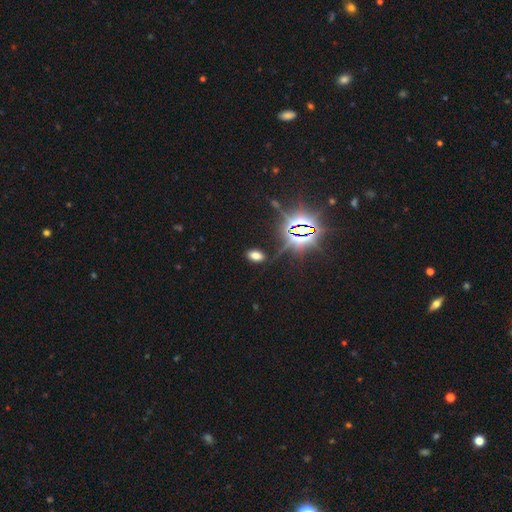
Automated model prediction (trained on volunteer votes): This appears to be a smooth galaxy with no disk features (61%) that is in between round and cigar-shaped (91%). Merging: none (86%).